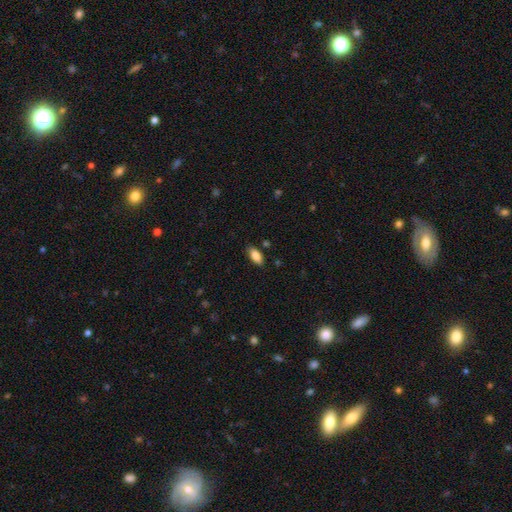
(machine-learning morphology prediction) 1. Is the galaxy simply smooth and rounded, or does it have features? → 85% smooth, 8% featured or disk, 7% star or artifact.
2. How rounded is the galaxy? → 88% in between, 10% cigar-shaped, 2% round.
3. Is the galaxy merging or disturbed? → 86% none, 10% minor disturbance, 2% major disturbance, 2% merger.